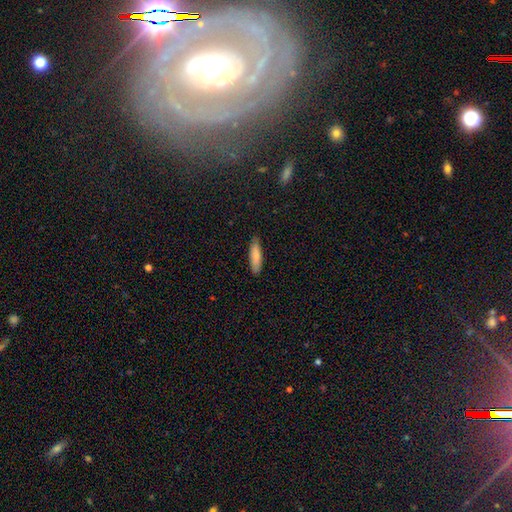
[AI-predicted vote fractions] This is clearly a smooth galaxy (82%). How rounded: likely cigar-shaped (63%). Merging: clearly none (83%).